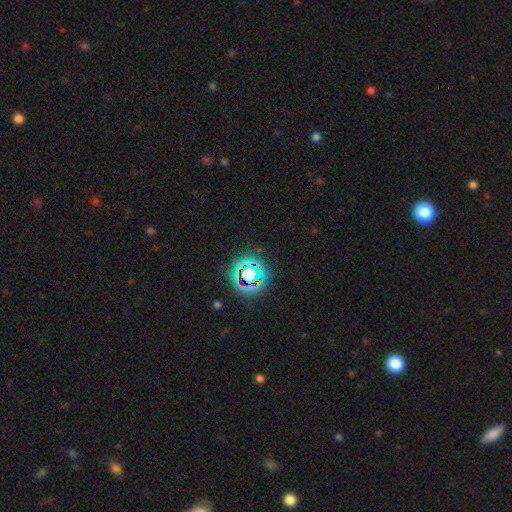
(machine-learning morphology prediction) A star or artifact, not a galaxy (79%).

Vote fractions:
- Smooth or featured? star or artifact: 79% / smooth: 14% / featured or disk: 8%